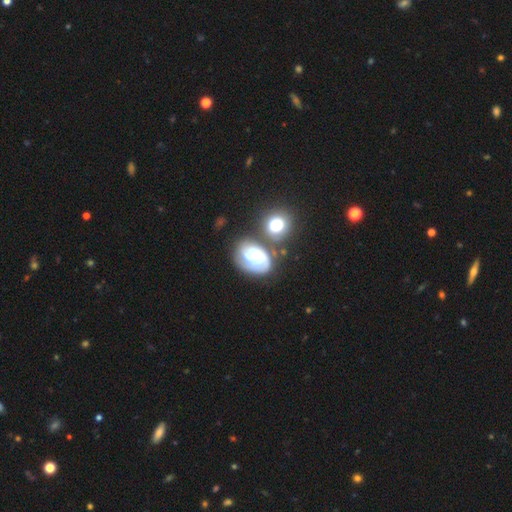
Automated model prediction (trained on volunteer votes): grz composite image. It shows a featured or disk galaxy (67%) with no bar (65%), 2 (33%) tight (56%) spiral arms (84%) and a small central bulge (43%). Merging: none (46%).